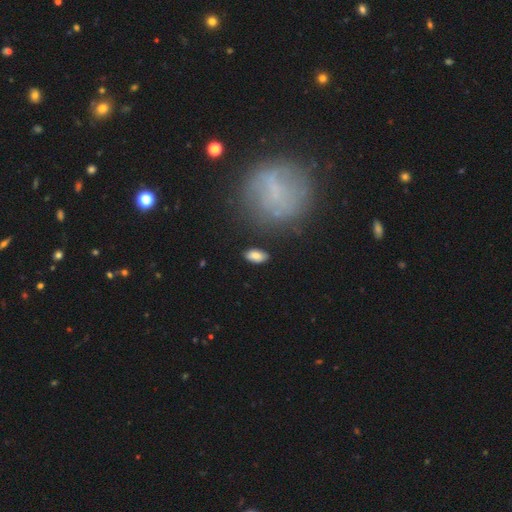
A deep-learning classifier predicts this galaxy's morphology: Q: Smooth or featured?
A: smooth (79%); runner-up: featured or disk (13%)
Q: How rounded?
A: in between (92%); runner-up: cigar-shaped (4%)
Q: Merging?
A: none (86%); runner-up: minor disturbance (10%)